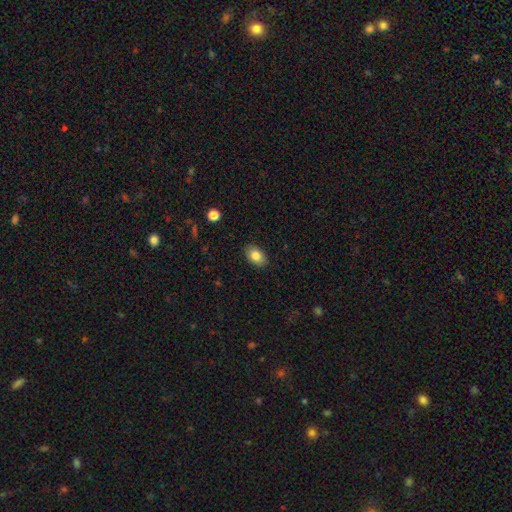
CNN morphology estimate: Q: Smooth or featured?
A: smooth (82%); runner-up: featured or disk (10%)
Q: How rounded?
A: in between (87%); runner-up: round (11%)
Q: Merging?
A: none (88%); runner-up: minor disturbance (9%)